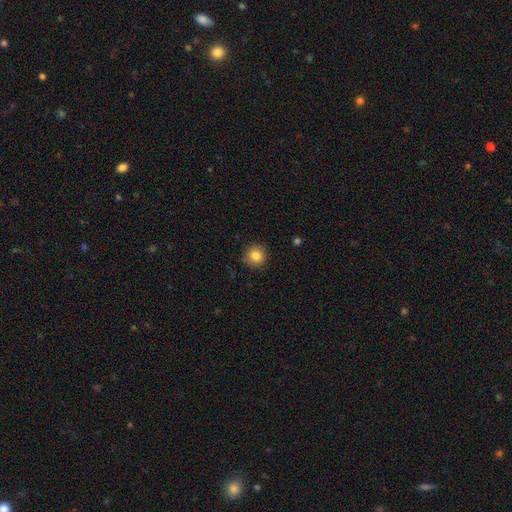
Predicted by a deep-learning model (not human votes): smooth 84%, star or artifact 10%, featured or disk 6%. Down the decision tree: how rounded — round (93%); merging — none (89%).